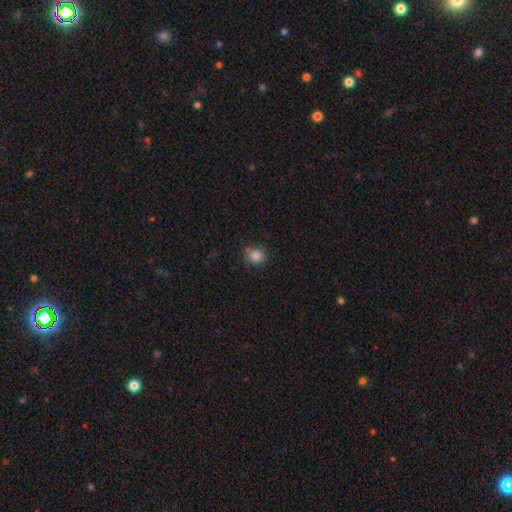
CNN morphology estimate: smooth_or_featured: smooth (p=0.84) [alt: star or artifact p=0.11]
how_rounded: round (p=0.86) [alt: in between p=0.13]
merging: none (p=0.80) [alt: minor disturbance p=0.13]